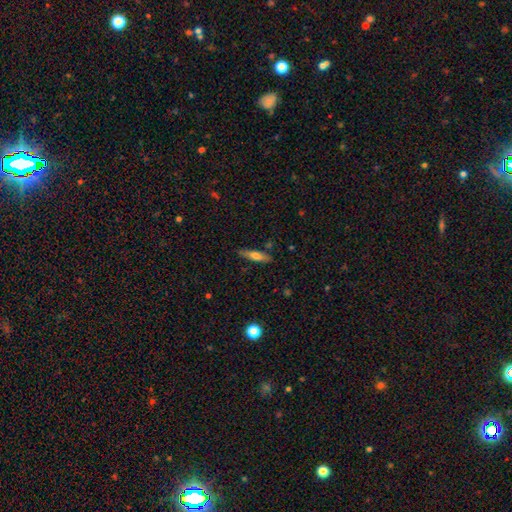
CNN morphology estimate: Smooth or featured?
  - smooth: 64% *
  - featured or disk: 29%
  - star or artifact: 7%
How rounded?
  - cigar-shaped: 70% *
  - in between: 28%
  - round: 2%
Merging?
  - none: 79% *
  - minor disturbance: 15%
  - merger: 3%
  - major disturbance: 3%